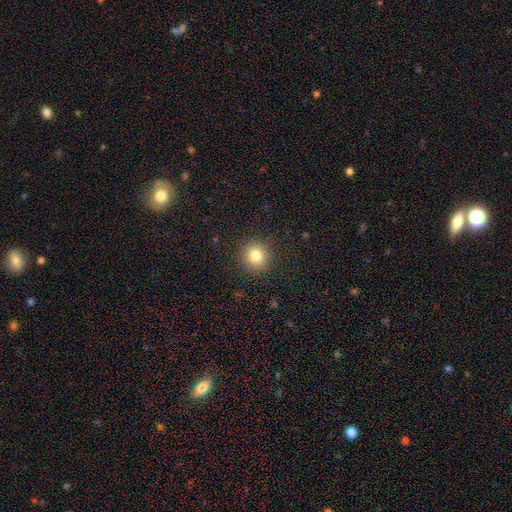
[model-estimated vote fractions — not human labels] Smooth or featured? Predicted: smooth (p=0.81). How rounded? Predicted: round (p=0.92). Merging? Predicted: none (p=0.90).